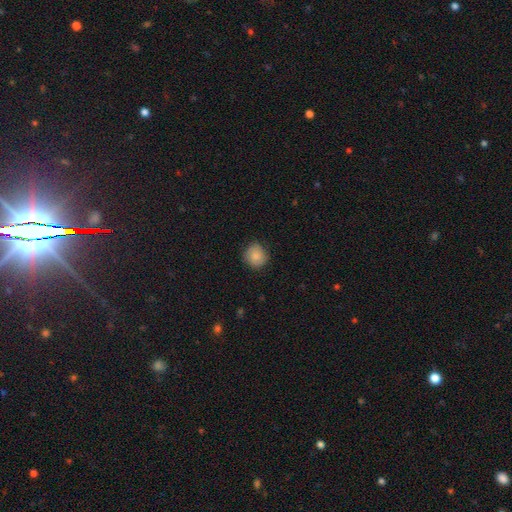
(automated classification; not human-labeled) Q: Smooth or featured?
A: smooth (84%); runner-up: featured or disk (8%)
Q: How rounded?
A: round (88%); runner-up: in between (11%)
Q: Merging?
A: none (82%); runner-up: minor disturbance (14%)